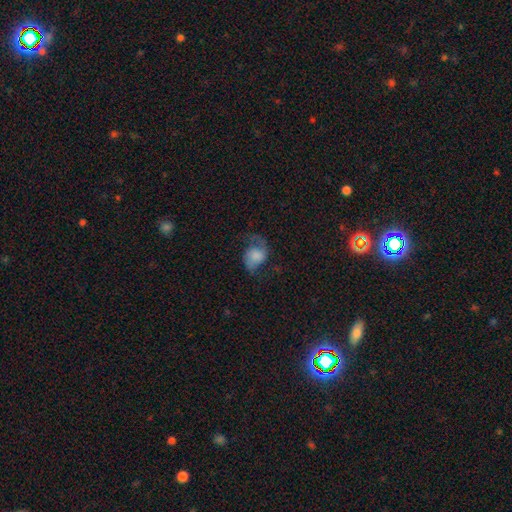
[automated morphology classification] Smooth or featured? Predicted: featured or disk (p=0.54). Edge-on disk? Predicted: no (p=0.97). Bar? Predicted: no (p=0.72). Spiral arms? Predicted: yes (p=0.89). Bulge size? Predicted: none (p=0.27, tied with large). Merging? Predicted: none (p=0.51).